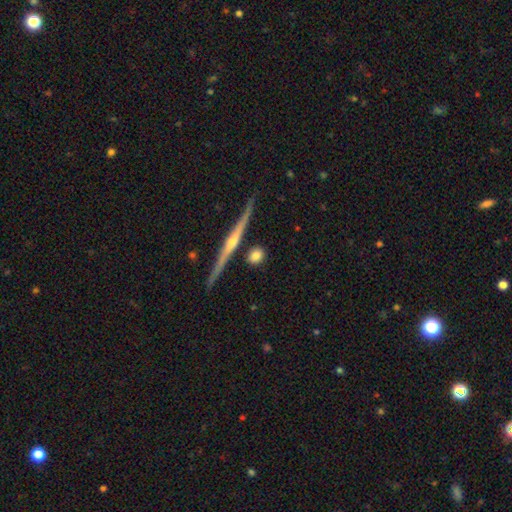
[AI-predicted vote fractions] smooth-or-featured: smooth: 72% | featured or disk: 21% | star or artifact: 8%
  how-rounded: round: 72% | in between: 18% | cigar-shaped: 10%
  merging: none: 82% | minor disturbance: 9% | merger: 5% | major disturbance: 3%